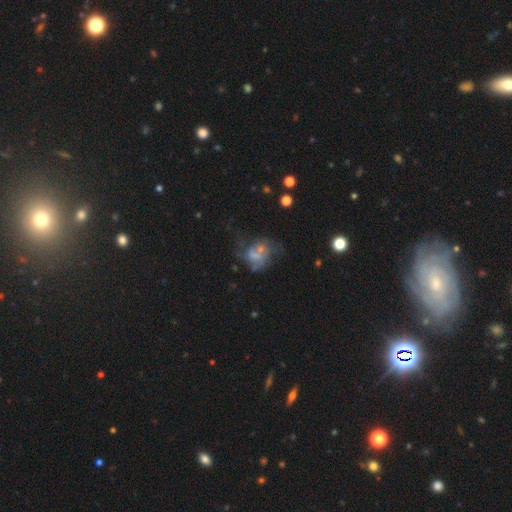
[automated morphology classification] Smooth or featured? Predicted: featured or disk (p=0.47). Merging? Predicted: major disturbance (p=0.31).